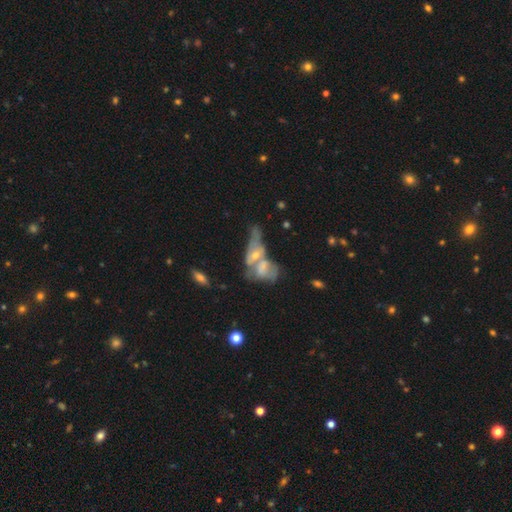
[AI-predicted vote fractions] Overall: featured or disk (56%; smooth 30%). Edge-on disk: no (80%). Merging: merger (60%).